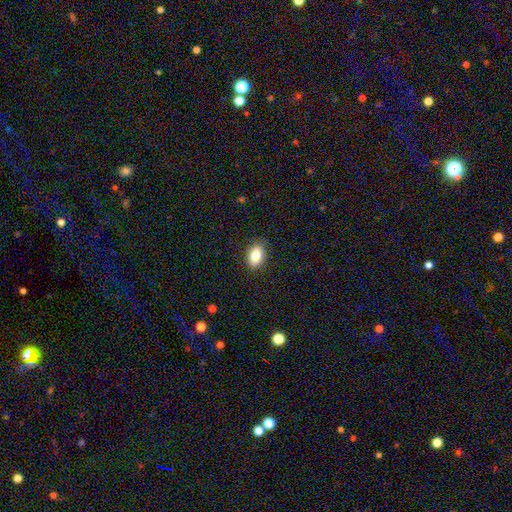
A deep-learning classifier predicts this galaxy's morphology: A smooth galaxy with no disk features (84%) that is in between round and cigar-shaped (90%).

Vote fractions:
- Smooth or featured? smooth: 84% / featured or disk: 8% / star or artifact: 8%
- How rounded? in between: 90% / round: 7% / cigar-shaped: 2%
- Merging? none: 87% / minor disturbance: 9% / major disturbance: 2% / merger: 1%